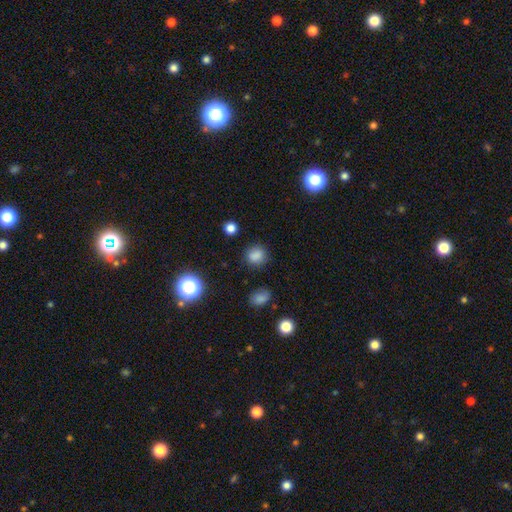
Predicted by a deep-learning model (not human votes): smooth-or-featured: smooth: 82% | star or artifact: 14% | featured or disk: 4%
  how-rounded: round: 81% | in between: 18% | cigar-shaped: 1%
  merging: none: 85% | minor disturbance: 9% | major disturbance: 3% | merger: 2%